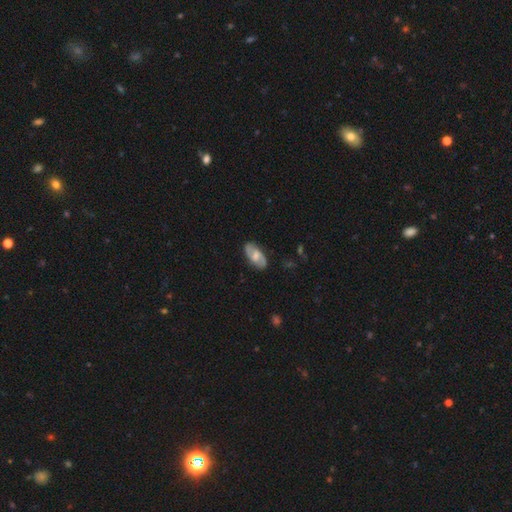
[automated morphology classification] The model was most divided on "bar": weak: 50%, no: 34%, strong: 15%. Remaining: edge-on disk — no (94%); spiral arms — yes (87%); spiral arm count — 2 (87%); merging — none (84%); smooth or featured — featured or disk (65%); bulge size — moderate (51%); spiral winding — medium (46%).